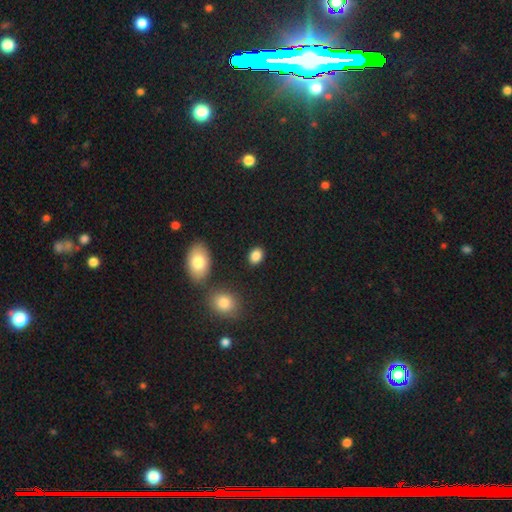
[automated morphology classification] smooth 86%, star or artifact 9%, featured or disk 5%. Down the decision tree: how rounded — in between (73%); merging — none (85%).